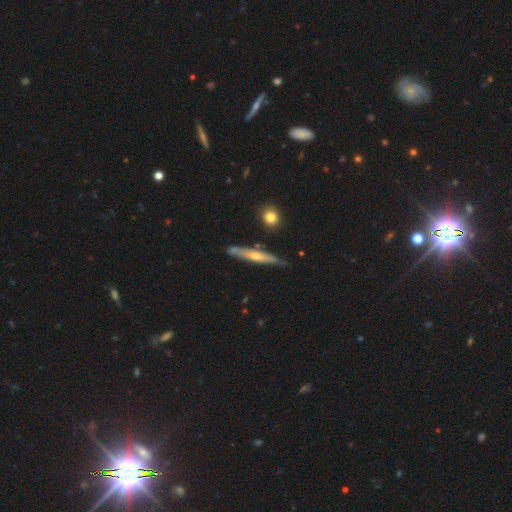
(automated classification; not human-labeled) smooth_or_featured: featured or disk (p=0.59) [alt: smooth p=0.35]
disk_edge_on: yes (p=0.88) [alt: no p=0.12]
edge_on_bulge: rounded (p=0.71) [alt: none p=0.26]
merging: none (p=0.78) [alt: minor disturbance p=0.16]